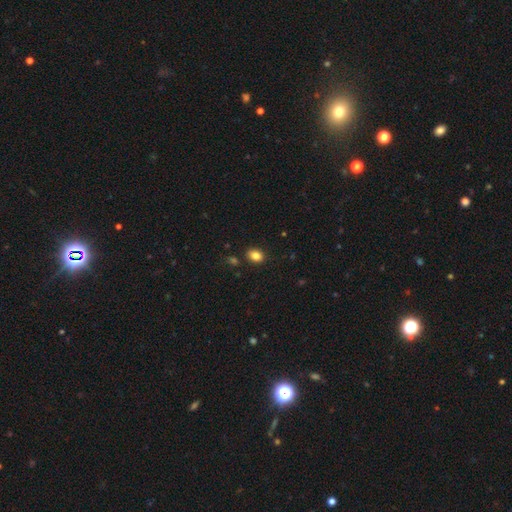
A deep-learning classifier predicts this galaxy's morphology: smooth-or-featured: smooth: 84% | star or artifact: 10% | featured or disk: 6%
  how-rounded: in between: 64% | round: 35% | cigar-shaped: 1%
  merging: none: 85% | minor disturbance: 10% | merger: 3% | major disturbance: 2%